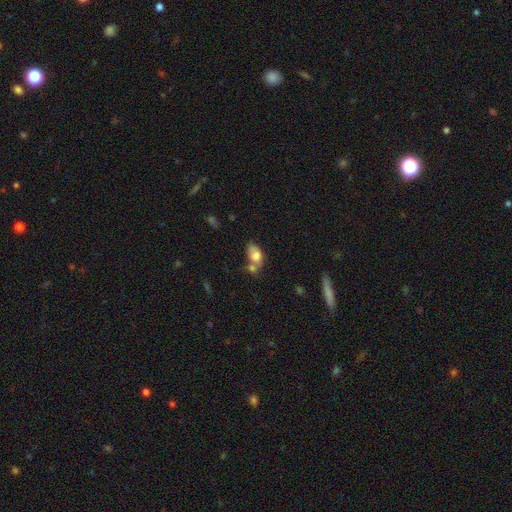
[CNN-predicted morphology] This is likely a smooth galaxy (70%). How rounded: clearly in between (83%). Merging: possibly merger (46%).